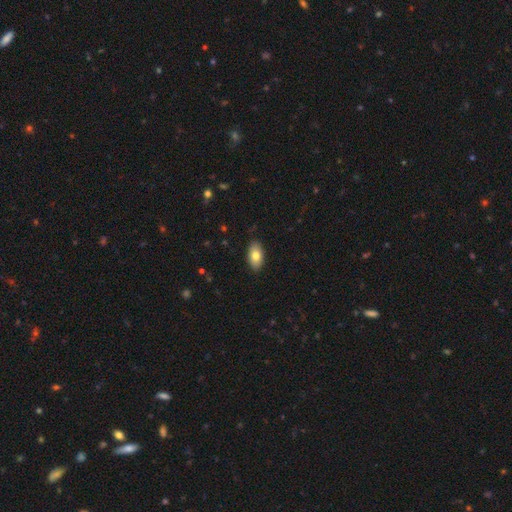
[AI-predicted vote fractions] This is likely a smooth galaxy (78%). How rounded: clearly in between (93%). Merging: clearly none (88%).